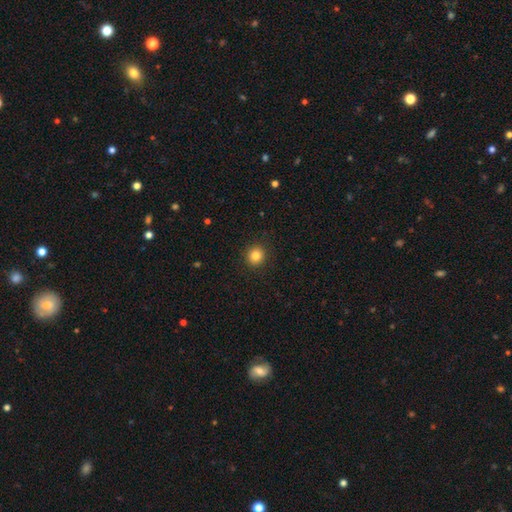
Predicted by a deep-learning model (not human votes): Smooth or featured: smooth — 83% (star or artifact — 11%)
How rounded: round — 92% (in between — 7%)
Merging: none — 92% (minor disturbance — 5%)